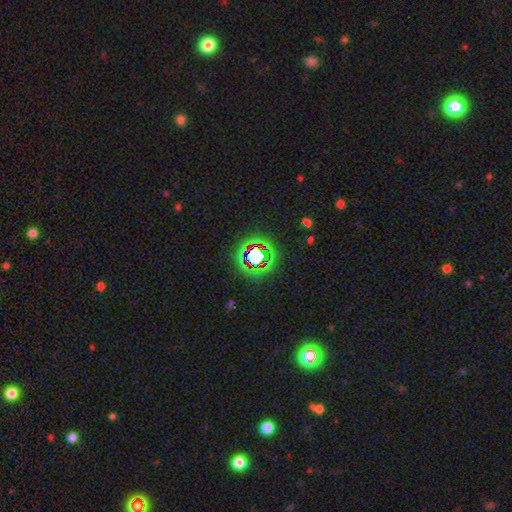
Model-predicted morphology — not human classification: A star or artifact, not a galaxy (67%).